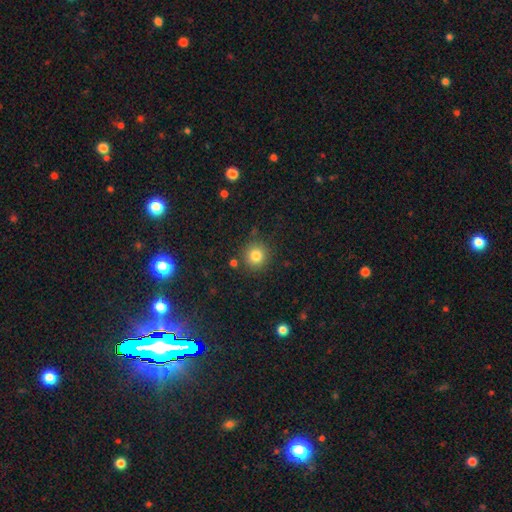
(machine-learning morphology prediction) type=smooth (82%); roundness=round (92%); merging=none (85%).